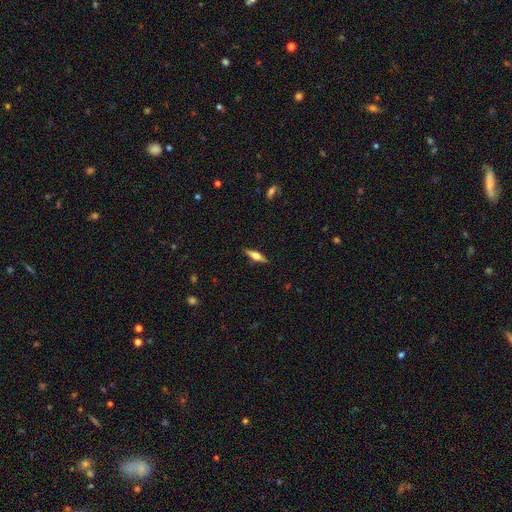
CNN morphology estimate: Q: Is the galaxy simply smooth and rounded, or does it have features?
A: featured or disk — 52%.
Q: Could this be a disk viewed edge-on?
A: yes — 95%.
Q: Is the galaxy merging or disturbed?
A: none — 88%.